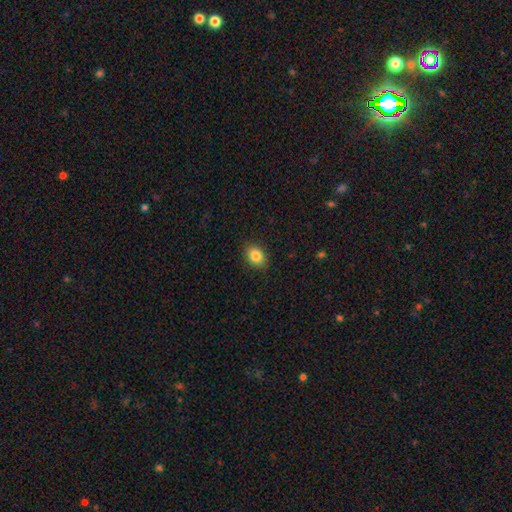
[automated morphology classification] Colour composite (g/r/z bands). It shows a smooth galaxy with no disk features (86%) that is in between round and cigar-shaped (73%). Merging: none (87%).